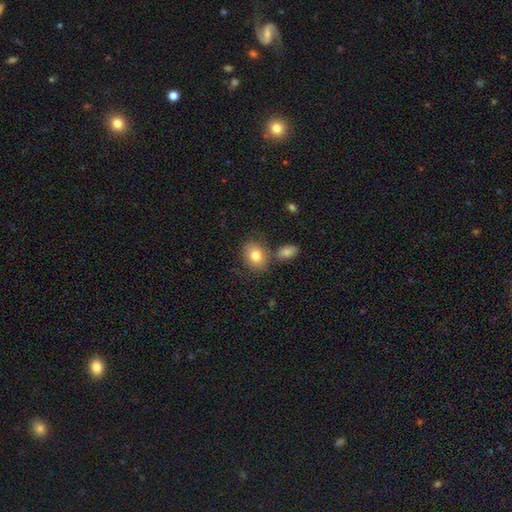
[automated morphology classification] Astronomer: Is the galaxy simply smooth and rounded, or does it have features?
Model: smooth — 79%.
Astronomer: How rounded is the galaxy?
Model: in between — 61% (runner-up: round, 38%).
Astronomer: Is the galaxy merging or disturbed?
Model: none — 69%.